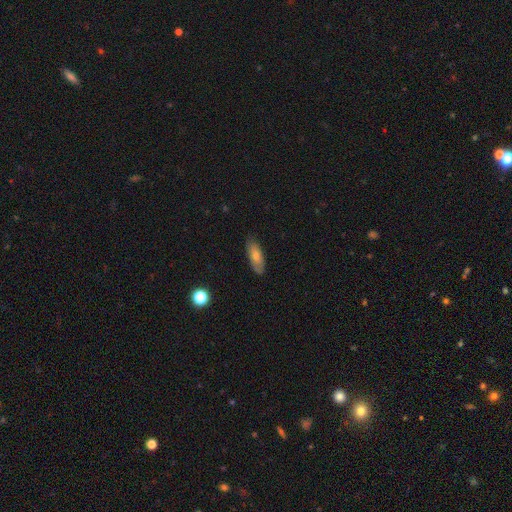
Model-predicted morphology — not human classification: A smooth galaxy with no disk features (59%) that is in between round and cigar-shaped (70%).

Vote fractions:
- Smooth or featured? smooth: 59% / featured or disk: 33% / star or artifact: 9%
- How rounded? in between: 70% / cigar-shaped: 27% / round: 3%
- Merging? none: 84% / minor disturbance: 13% / major disturbance: 2% / merger: 1%